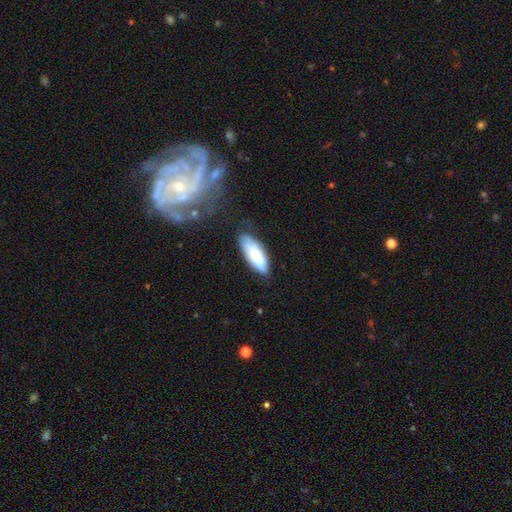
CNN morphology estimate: A smooth galaxy with no disk features (77%) that is in between round and cigar-shaped (67%).

Vote fractions:
- Smooth or featured? smooth: 77% / featured or disk: 17% / star or artifact: 6%
- How rounded? in between: 67% / cigar-shaped: 31% / round: 2%
- Merging? none: 73% / minor disturbance: 21% / major disturbance: 4% / merger: 2%